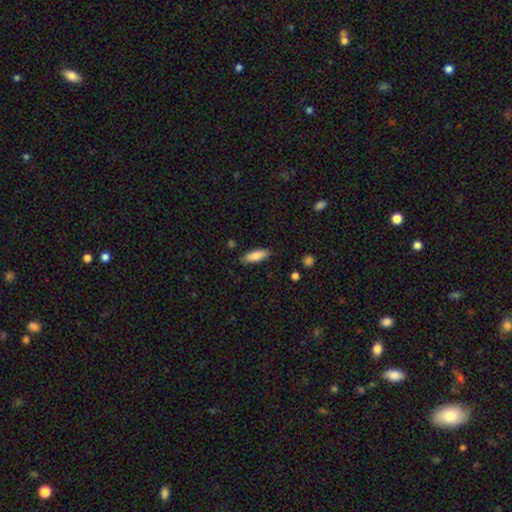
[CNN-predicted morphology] smooth 85%, featured or disk 9%, star or artifact 6%. Down the decision tree: how rounded — in between (62%); merging — none (84%).